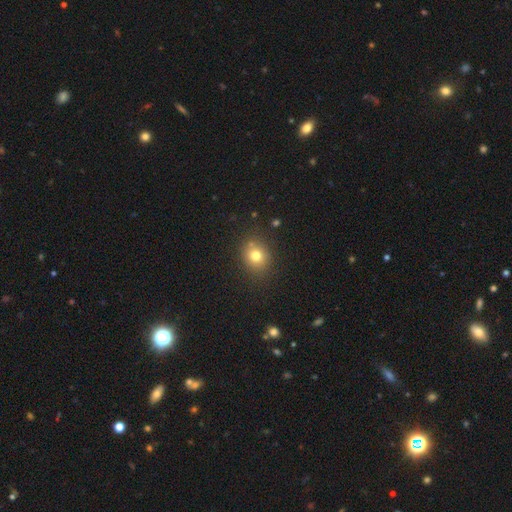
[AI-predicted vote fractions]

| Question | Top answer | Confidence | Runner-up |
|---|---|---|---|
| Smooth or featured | smooth | 76% | star or artifact (15%) |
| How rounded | round | 73% | in between (26%) |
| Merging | none | 82% | minor disturbance (10%) |